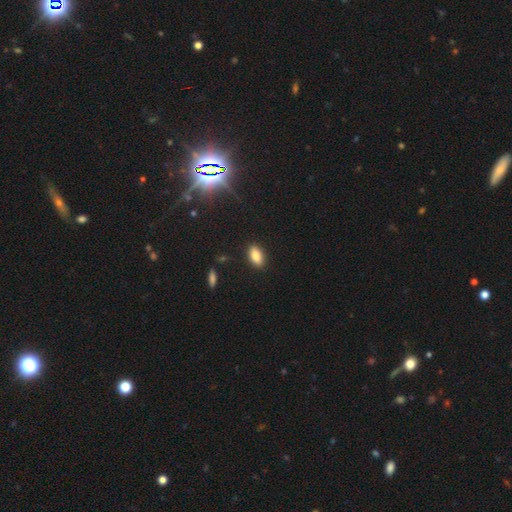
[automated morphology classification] Q: Smooth or featured?
A: smooth (83%); runner-up: star or artifact (9%)
Q: How rounded?
A: in between (88%); runner-up: cigar-shaped (7%)
Q: Merging?
A: none (88%); runner-up: minor disturbance (8%)